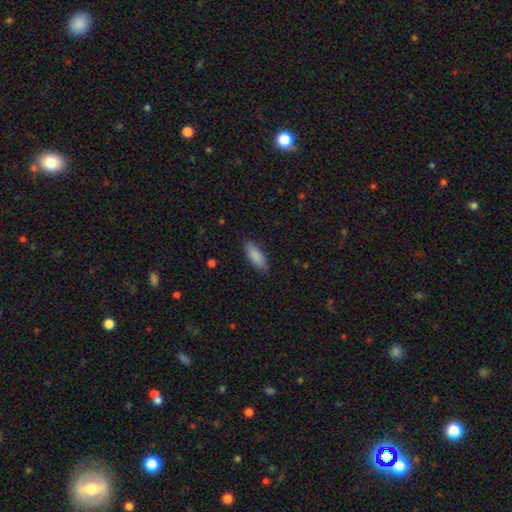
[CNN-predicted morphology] This is clearly a smooth galaxy (88%). How rounded: likely in between (67%). Merging: clearly none (86%).